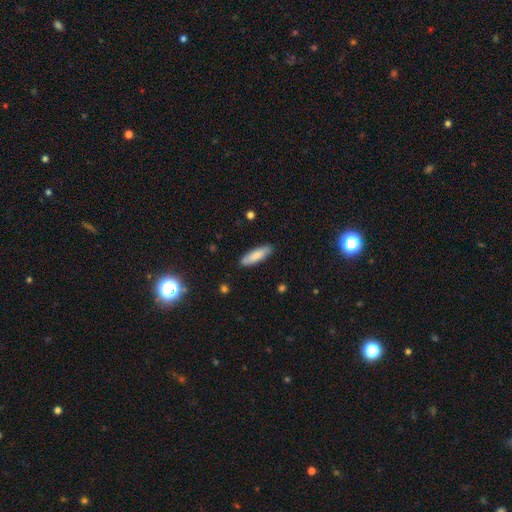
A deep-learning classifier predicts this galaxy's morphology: Smooth or featured? smooth (77%)
How rounded? cigar-shaped (51%)
Merging? none (85%)